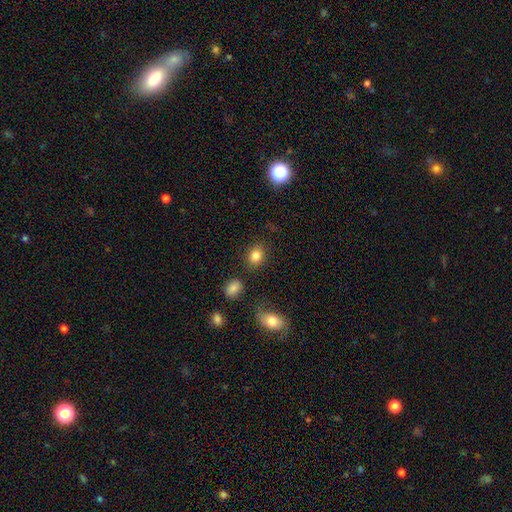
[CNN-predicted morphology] A smooth galaxy with no disk features (84%) that is round (56%).

Vote fractions:
- Smooth or featured? smooth: 84% / star or artifact: 11% / featured or disk: 6%
- How rounded? round: 56% / in between: 43% / cigar-shaped: 1%
- Merging? none: 83% / minor disturbance: 10% / merger: 3% / major disturbance: 3%